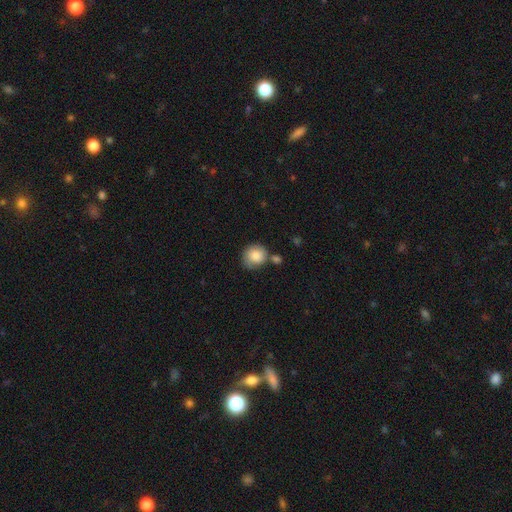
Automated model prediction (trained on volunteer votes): Morphology: type=smooth (84%); roundness=round (84%); merging=none (58%).